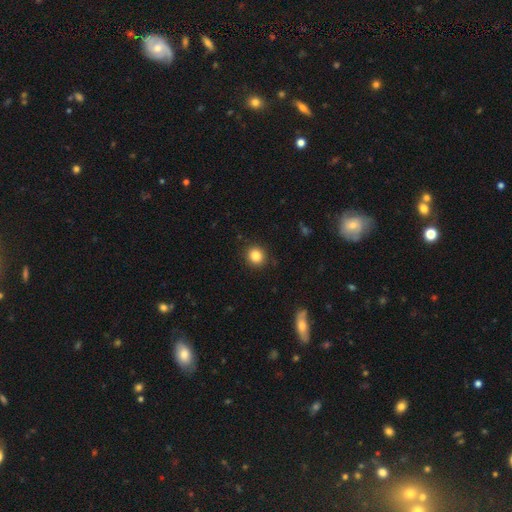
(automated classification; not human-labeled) Smooth or featured? smooth (85%)
How rounded? round (87%)
Merging? none (90%)